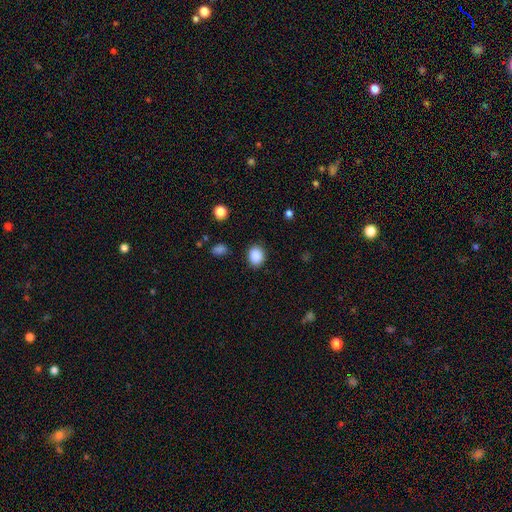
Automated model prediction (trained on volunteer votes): Smooth or featured? smooth (88%)
How rounded? round (59%)
Merging? none (86%)